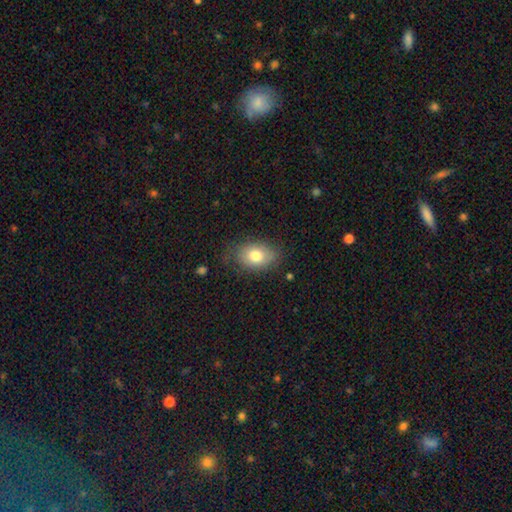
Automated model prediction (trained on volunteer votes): This is likely a smooth galaxy (78%). How rounded: likely in between (79%). Merging: likely none (71%).